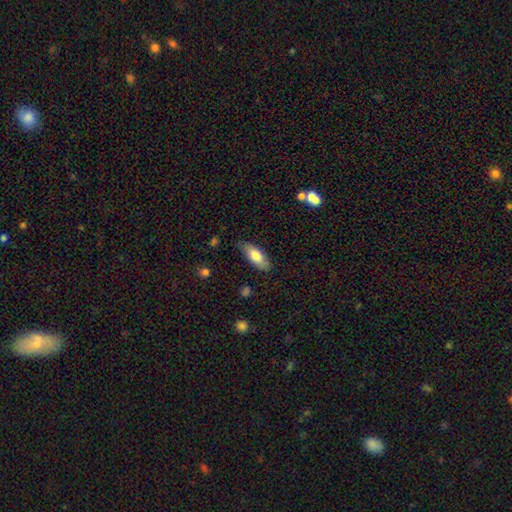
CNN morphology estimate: type=smooth (76%); roundness=in between (78%); merging=none (79%).